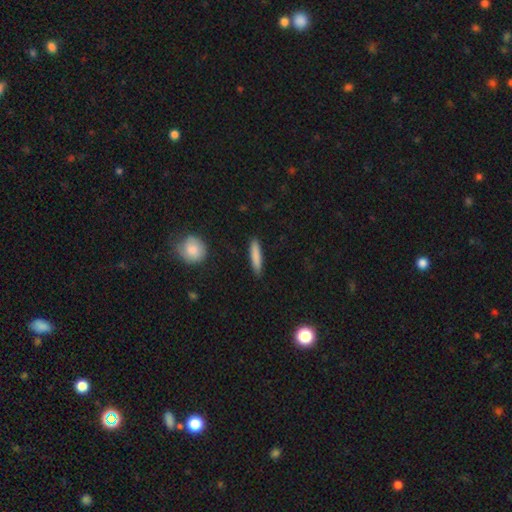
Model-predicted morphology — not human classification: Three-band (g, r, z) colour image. It shows a smooth galaxy with no disk features (83%) that is cigar-shaped (88%). Merging: none (89%).